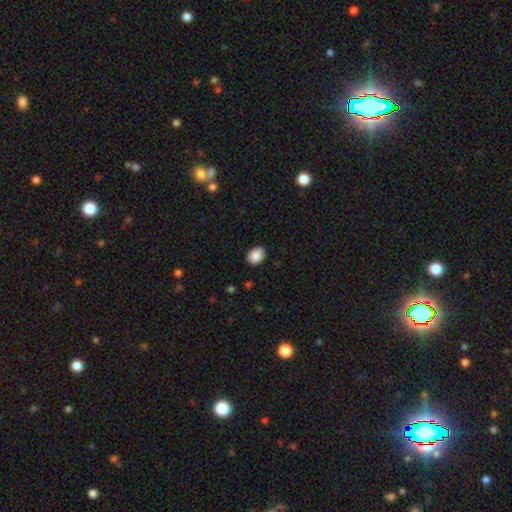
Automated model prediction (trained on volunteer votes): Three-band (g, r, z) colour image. It shows a smooth galaxy with no disk features (89%) that is in between round and cigar-shaped (67%). Merging: none (87%).